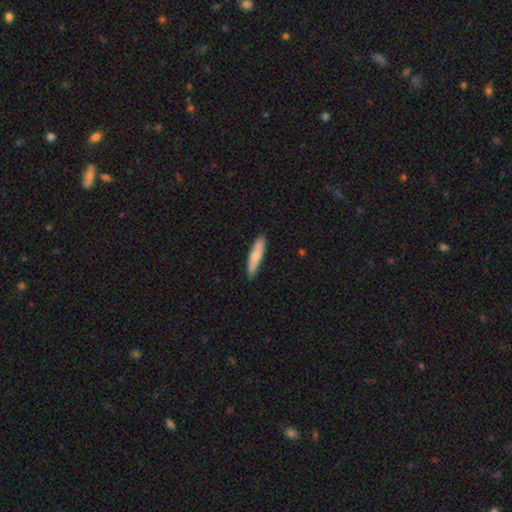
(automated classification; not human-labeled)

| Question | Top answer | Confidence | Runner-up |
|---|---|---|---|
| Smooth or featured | smooth | 76% | featured or disk (19%) |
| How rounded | cigar-shaped | 83% | in between (15%) |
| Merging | none | 86% | minor disturbance (11%) |